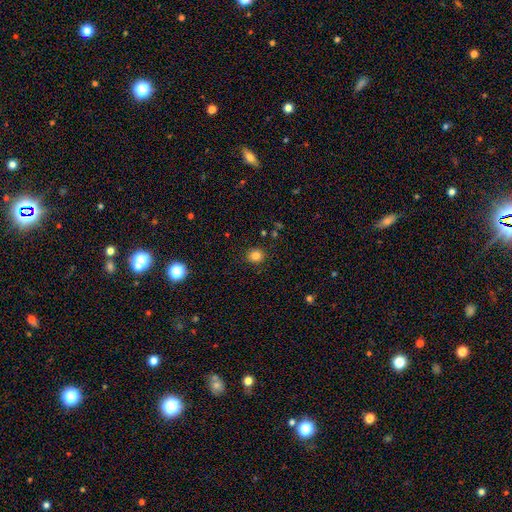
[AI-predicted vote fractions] The model was most divided on "how rounded": round: 81%, in between: 19%, cigar-shaped: 1%. More confident: merging — none (89%); smooth or featured — smooth (83%).